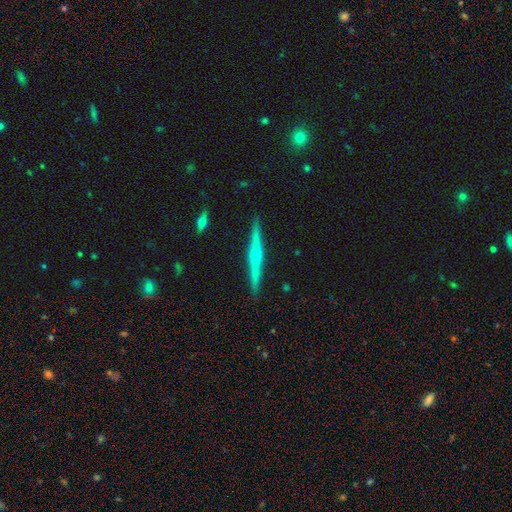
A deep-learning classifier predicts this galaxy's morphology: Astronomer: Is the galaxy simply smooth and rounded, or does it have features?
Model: featured or disk — 69%.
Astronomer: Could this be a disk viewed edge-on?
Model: yes — 98%.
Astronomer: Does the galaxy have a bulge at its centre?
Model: rounded — 66%.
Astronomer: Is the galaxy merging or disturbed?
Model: none — 92%.